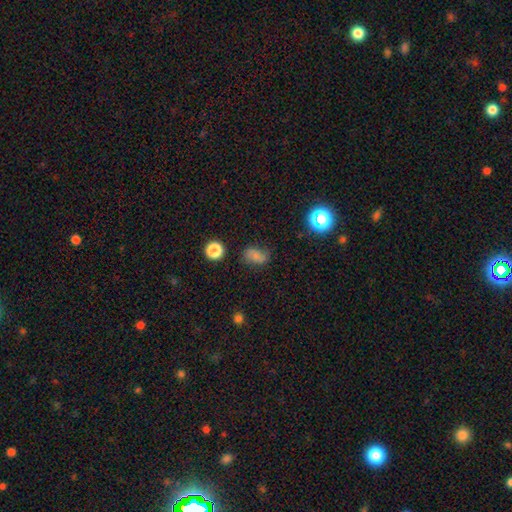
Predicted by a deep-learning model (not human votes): This appears to be a smooth galaxy with no disk features (69%) that is in between round and cigar-shaped (79%). Merging: none (63%).